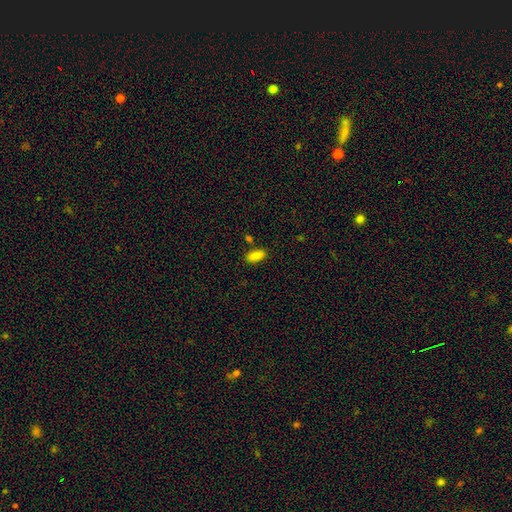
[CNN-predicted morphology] type=smooth (86%); roundness=in between (88%); merging=none (81%).